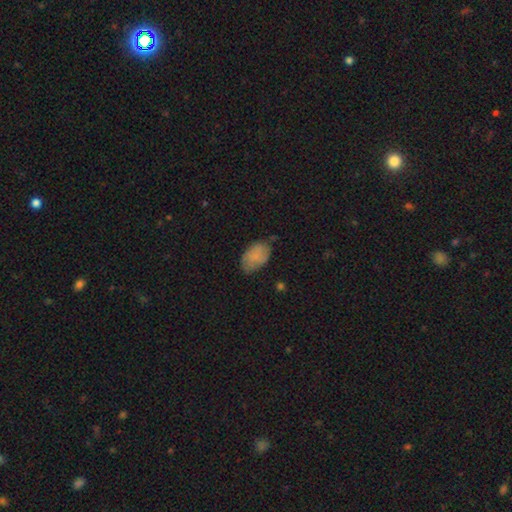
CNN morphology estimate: A smooth galaxy with no disk features (72%) that is in between round and cigar-shaped (92%).

Vote fractions:
- Smooth or featured? smooth: 72% / featured or disk: 20% / star or artifact: 9%
- How rounded? in between: 92% / round: 7% / cigar-shaped: 1%
- Merging? none: 65% / minor disturbance: 27% / major disturbance: 7% / merger: 2%